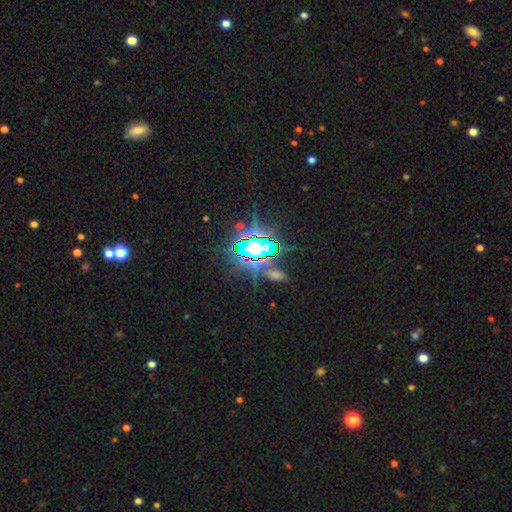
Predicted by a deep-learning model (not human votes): This appears to be a star or artifact, not a galaxy (83%).